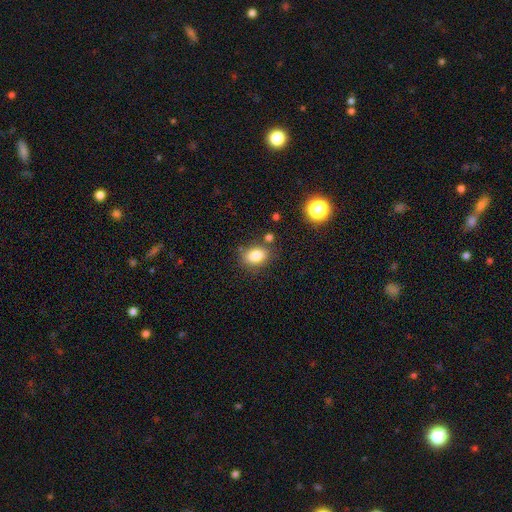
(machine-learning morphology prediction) smooth-or-featured: smooth: 82% | star or artifact: 10% | featured or disk: 7%
  how-rounded: in between: 71% | round: 27% | cigar-shaped: 1%
  merging: none: 77% | minor disturbance: 13% | merger: 7% | major disturbance: 4%